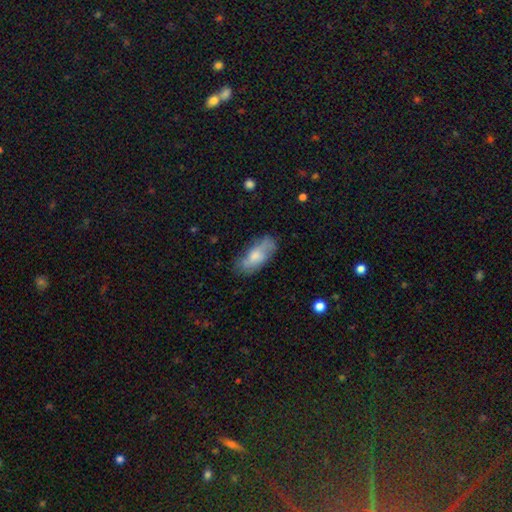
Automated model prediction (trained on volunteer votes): Overall: smooth (65%; featured or disk 29%). How rounded: in between (82%). Merging: none (63%; minor disturbance 26%).